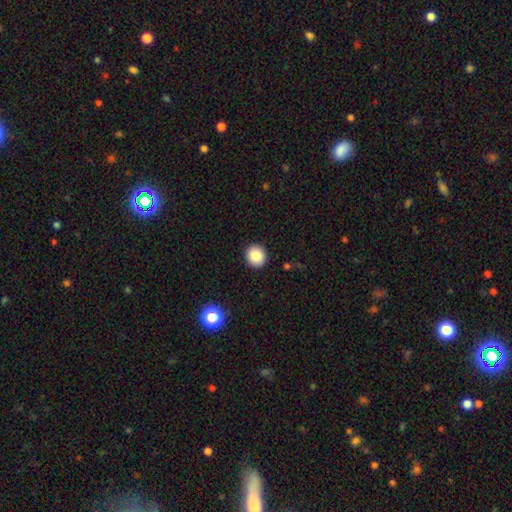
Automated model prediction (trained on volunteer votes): smooth_or_featured: smooth (p=0.85) [alt: star or artifact p=0.10]
how_rounded: round (p=0.86) [alt: in between p=0.13]
merging: none (p=0.92) [alt: minor disturbance p=0.05]